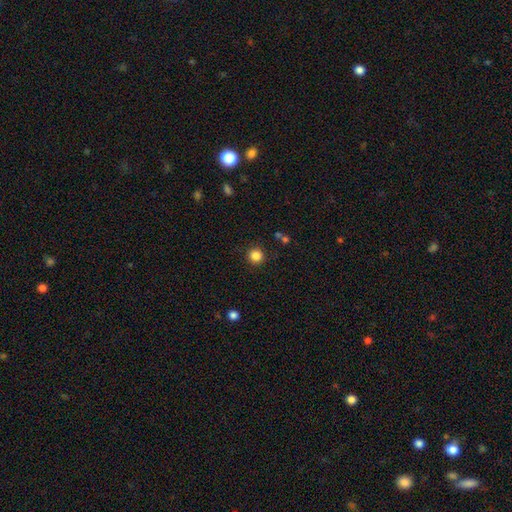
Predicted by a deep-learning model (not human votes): Smooth or featured?
  - smooth: 85% *
  - star or artifact: 11%
  - featured or disk: 4%
How rounded?
  - round: 94% *
  - in between: 5%
  - cigar-shaped: 1%
Merging?
  - none: 90% *
  - minor disturbance: 6%
  - major disturbance: 2%
  - merger: 2%